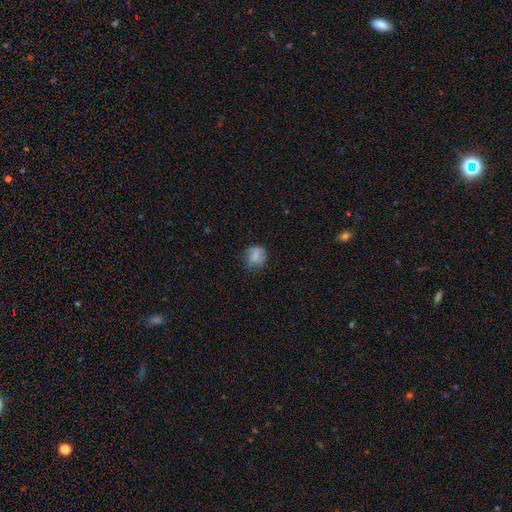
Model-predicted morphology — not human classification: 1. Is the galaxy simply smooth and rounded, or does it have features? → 68% smooth, 20% featured or disk, 11% star or artifact.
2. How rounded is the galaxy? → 65% round, 34% in between, 2% cigar-shaped.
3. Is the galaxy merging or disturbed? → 56% none, 27% minor disturbance, 14% major disturbance, 2% merger.